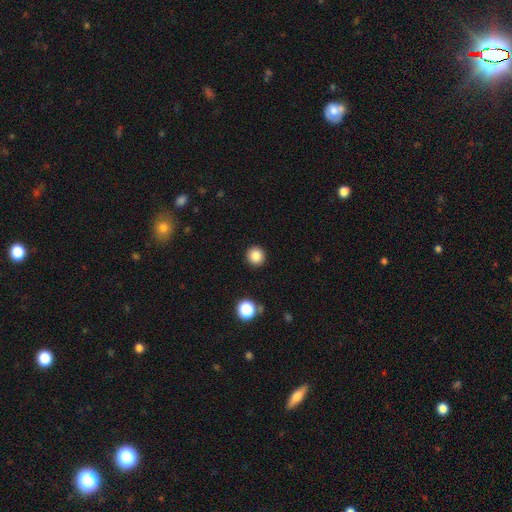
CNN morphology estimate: A smooth galaxy with no disk features (85%) that is round (94%). Merging: none (92%).